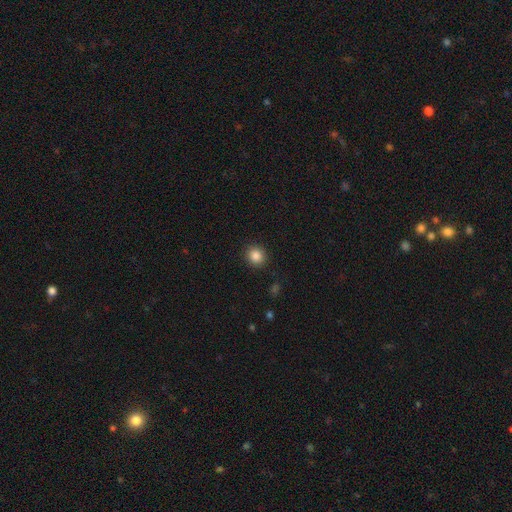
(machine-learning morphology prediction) smooth_or_featured: smooth (p=0.86) [alt: star or artifact p=0.10]
how_rounded: round (p=0.87) [alt: in between p=0.12]
merging: none (p=0.90) [alt: minor disturbance p=0.06]